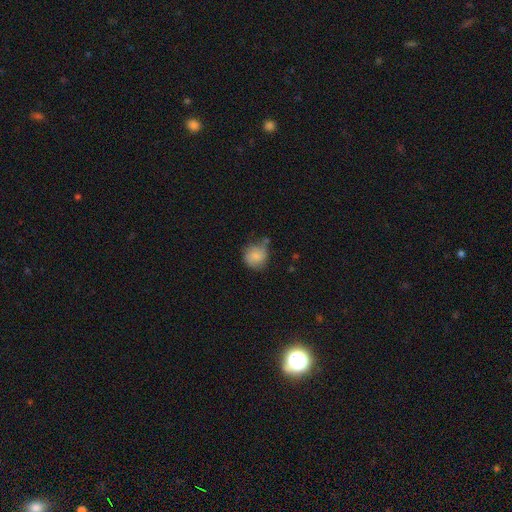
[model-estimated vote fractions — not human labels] smooth-or-featured: smooth: 77% | featured or disk: 15% | star or artifact: 8%
  how-rounded: round: 82% | in between: 17% | cigar-shaped: 1%
  merging: none: 55% | minor disturbance: 29% | major disturbance: 8% | merger: 8%